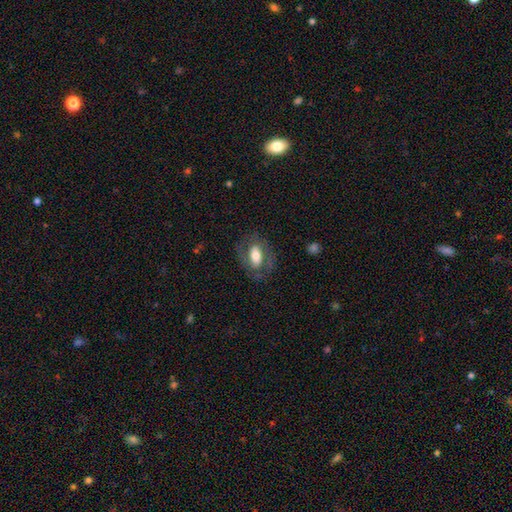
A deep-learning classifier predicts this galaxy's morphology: This appears to be a smooth galaxy with no disk features (55%) that is in between round and cigar-shaped (88%). Merging: none (73%).